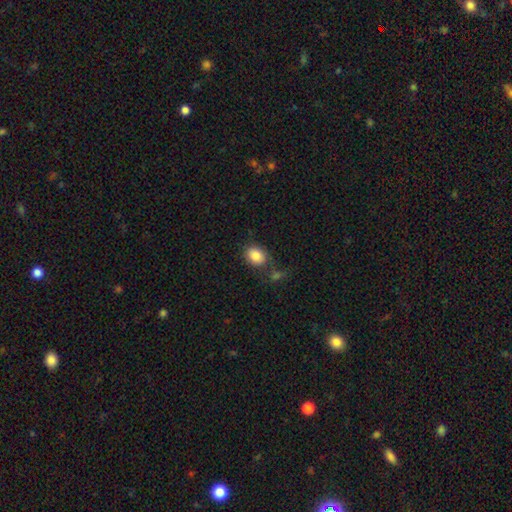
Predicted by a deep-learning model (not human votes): Smooth or featured?
  - smooth: 85% *
  - star or artifact: 9%
  - featured or disk: 6%
How rounded?
  - round: 50% *
  - in between: 49%
  - cigar-shaped: 1%
Merging?
  - none: 72% *
  - minor disturbance: 14%
  - merger: 9%
  - major disturbance: 5%